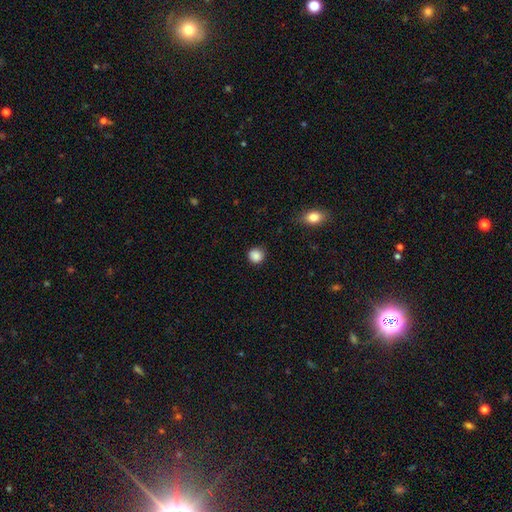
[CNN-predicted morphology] Smooth or featured? Predicted: smooth (p=0.88). How rounded? Predicted: round (p=0.91). Merging? Predicted: none (p=0.87).